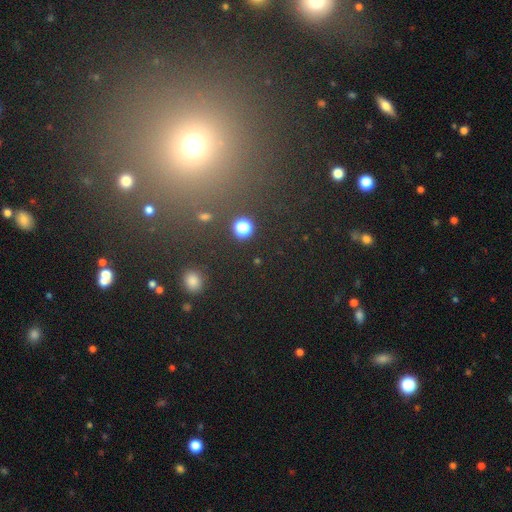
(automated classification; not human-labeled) smooth_or_featured: star or artifact (p=0.54) [alt: smooth p=0.38]